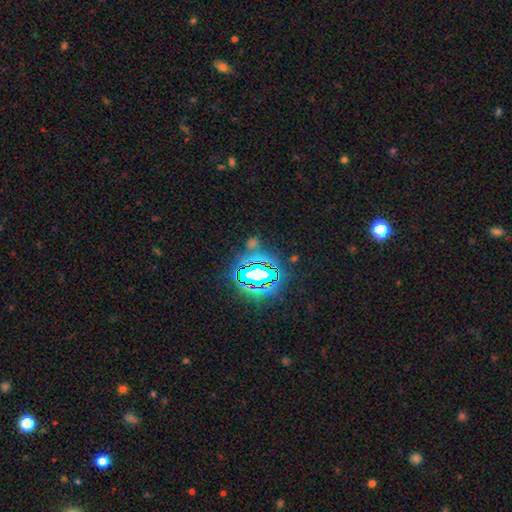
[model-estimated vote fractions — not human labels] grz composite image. It shows a star or artifact, not a galaxy (81%).